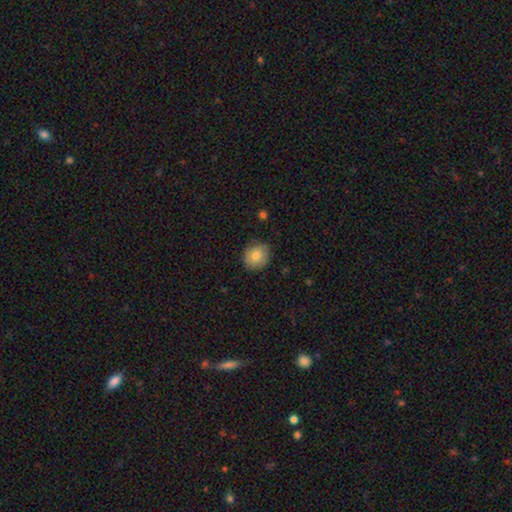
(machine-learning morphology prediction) type=smooth (79%); roundness=round (75%); merging=none (82%).